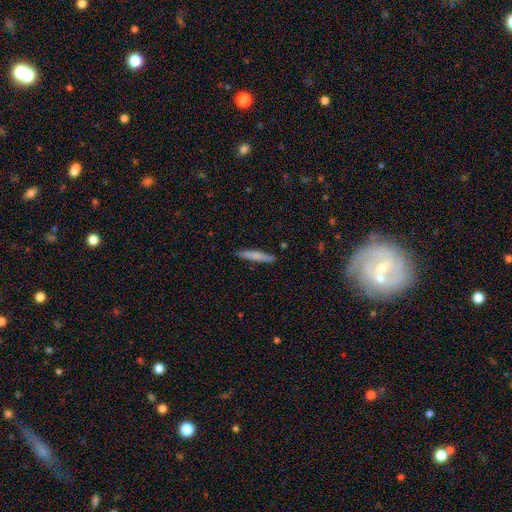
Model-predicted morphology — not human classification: Smooth or featured? smooth (74%)
How rounded? cigar-shaped (94%)
Merging? none (89%)